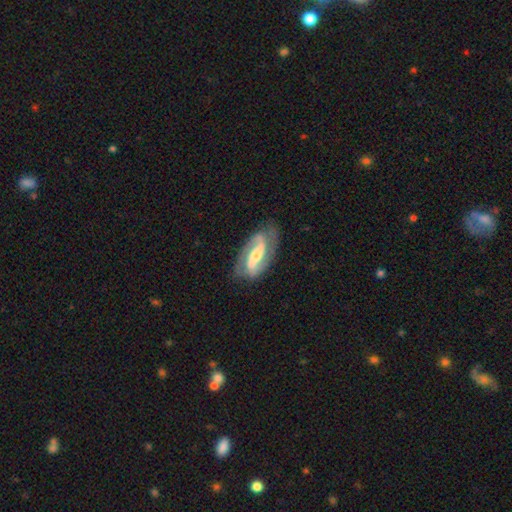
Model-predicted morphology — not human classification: This is clearly a featured or disk galaxy (86%). It is clearly not viewed edge-on (94%). Bar: possibly strong (55%). Spiral arm pattern: clearly yes (94%). Spiral arm count: clearly 2 (90%). Spiral winding: possibly medium (47%). Central bulge: possibly moderate (56%). Merging: likely none (78%).